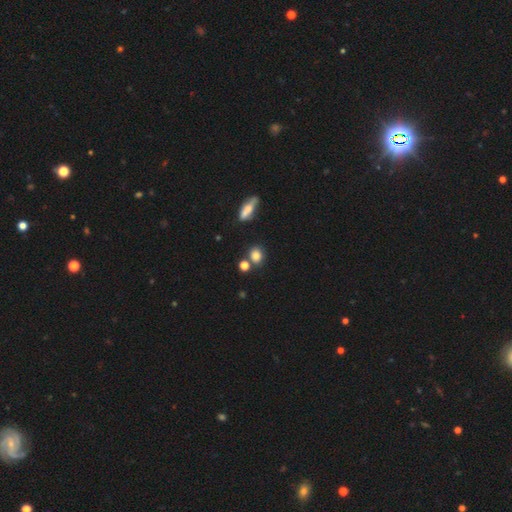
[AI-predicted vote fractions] smooth 80%, star or artifact 12%, featured or disk 8%. Down the decision tree: how rounded — round (64%); merging — none (69%).